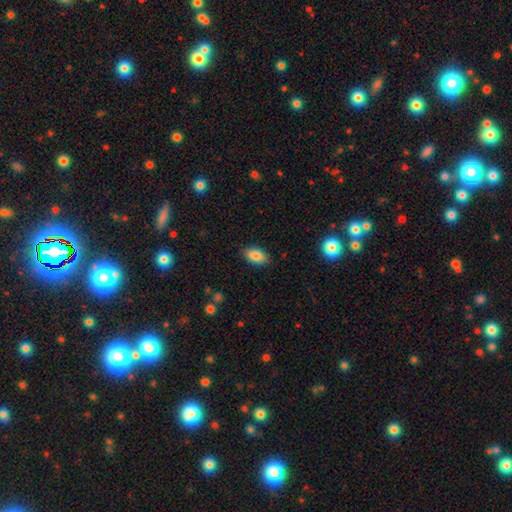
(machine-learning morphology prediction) Overall: smooth (85%). How rounded: in between (92%). Merging: none (86%).